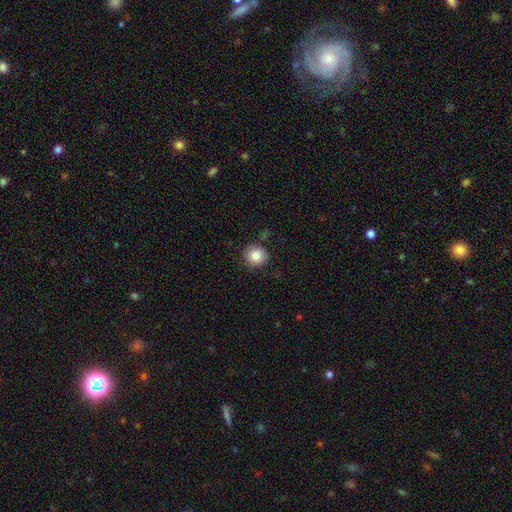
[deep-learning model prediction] Smooth or featured?
  - smooth: 86% *
  - star or artifact: 9%
  - featured or disk: 5%
How rounded?
  - round: 91% *
  - in between: 8%
  - cigar-shaped: 1%
Merging?
  - none: 84% *
  - minor disturbance: 10%
  - merger: 3%
  - major disturbance: 3%